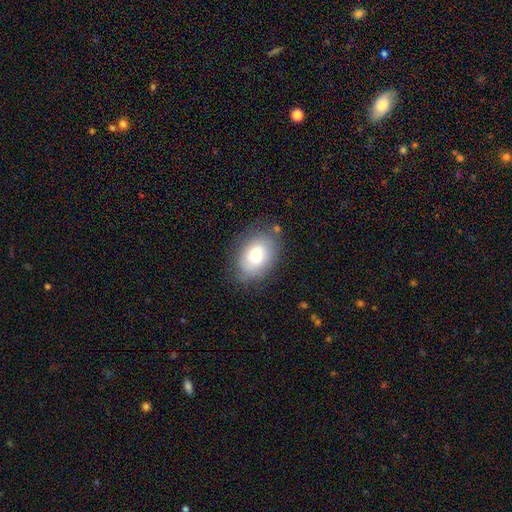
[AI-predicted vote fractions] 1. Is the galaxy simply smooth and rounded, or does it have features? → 76% smooth, 16% featured or disk, 8% star or artifact.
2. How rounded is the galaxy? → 83% in between, 16% round, 1% cigar-shaped.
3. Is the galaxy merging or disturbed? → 76% none, 17% minor disturbance, 5% major disturbance, 2% merger.